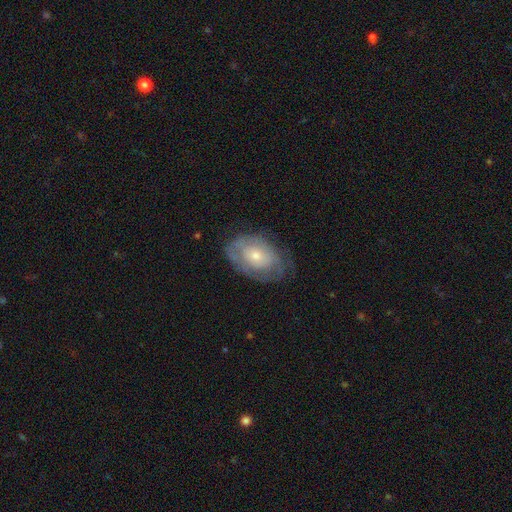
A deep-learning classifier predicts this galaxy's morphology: Smooth or featured?
  - featured or disk: 57% *
  - smooth: 36%
  - star or artifact: 7%
Edge-on disk?
  - no: 94% *
  - yes: 6%
Bar?
  - no: 82% *
  - weak: 15%
  - strong: 3%
Spiral arms?
  - yes: 60% *
  - no: 40%
Bulge size?
  - small: 55% *
  - moderate: 39%
  - large: 3%
  - none: 2%
  - dominant: 1%
Merging?
  - none: 67% *
  - minor disturbance: 22%
  - major disturbance: 9%
  - merger: 1%